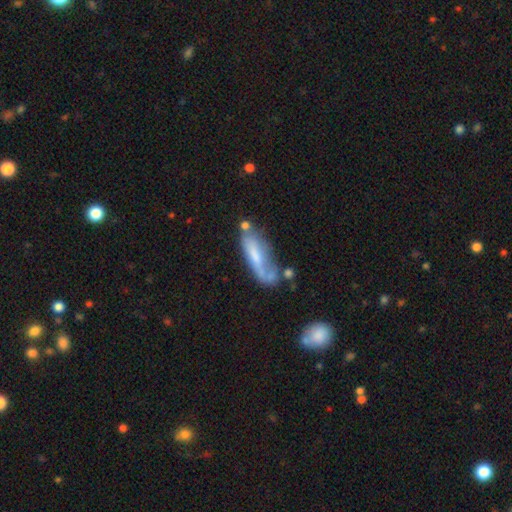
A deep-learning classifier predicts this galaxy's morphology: smooth-or-featured: smooth: 50% | featured or disk: 43% | star or artifact: 7%
  merging: none: 39% | minor disturbance: 26% | merger: 18% | major disturbance: 17%